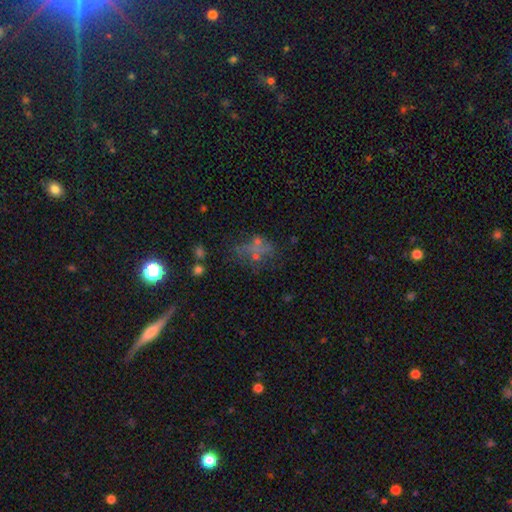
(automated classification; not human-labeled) Smooth or featured?
  - smooth: 38% *
  - star or artifact: 32%
  - featured or disk: 29%
Merging?
  - none: 45% *
  - major disturbance: 22%
  - minor disturbance: 18%
  - merger: 16%